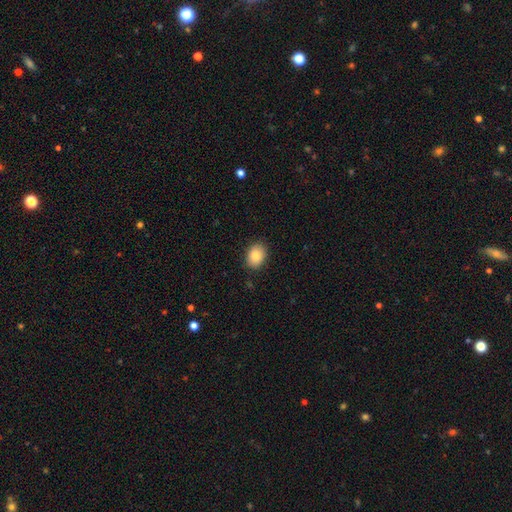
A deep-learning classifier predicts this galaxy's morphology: The model was most divided on "how rounded": in between: 72%, round: 27%, cigar-shaped: 1%. More confident: merging — none (87%); smooth or featured — smooth (87%).